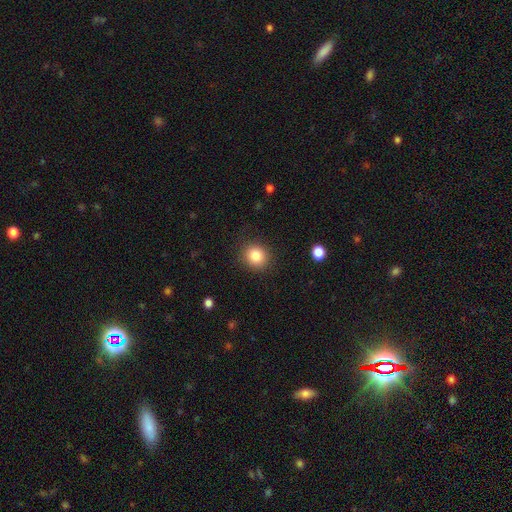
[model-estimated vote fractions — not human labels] Morphology: type=smooth (84%); roundness=round (82%); merging=none (89%).